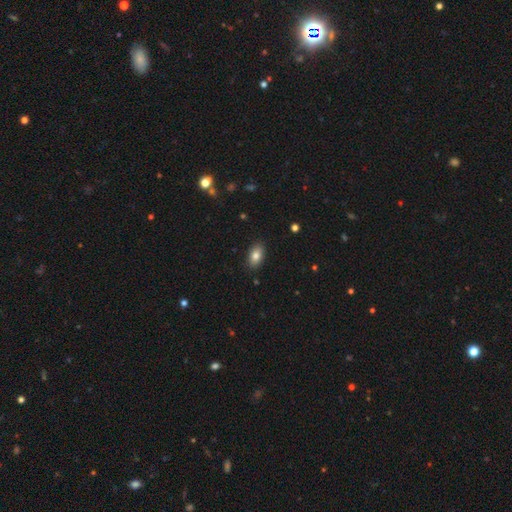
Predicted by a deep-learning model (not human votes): Smooth or featured? Predicted: smooth (p=0.82). How rounded? Predicted: in between (p=0.91). Merging? Predicted: none (p=0.88).